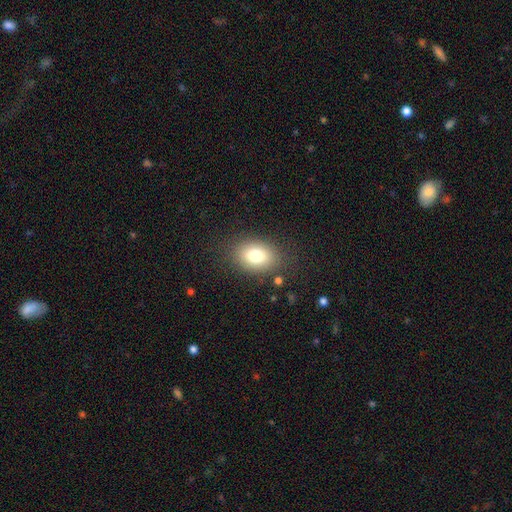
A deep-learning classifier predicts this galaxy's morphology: Smooth or featured? smooth (79%)
How rounded? in between (76%)
Merging? none (83%)